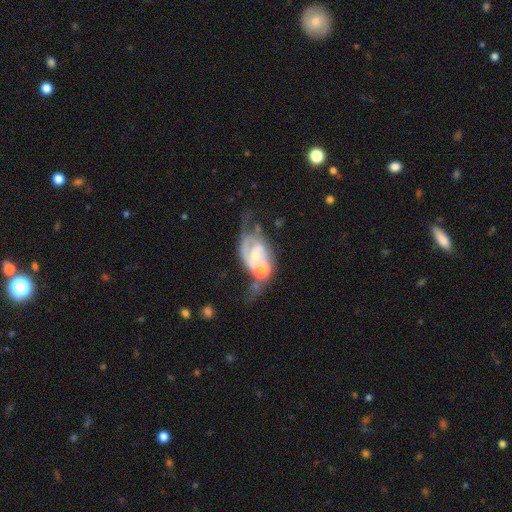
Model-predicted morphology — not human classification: This appears to be a featured or disk galaxy (76%) with no bar (59%), 2 (63%) medium (40%) spiral arms (76%) and a moderate central bulge (43%). Merging: merger (32%).